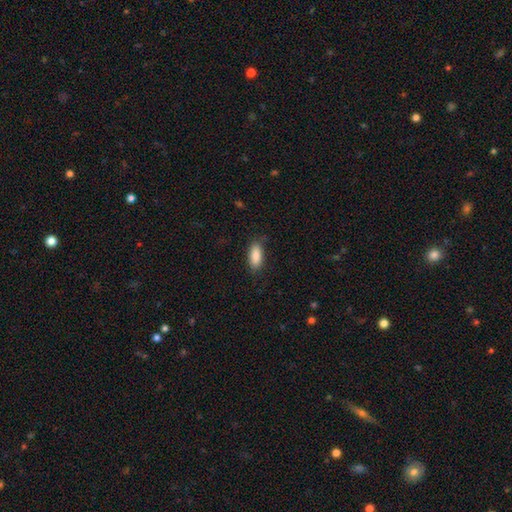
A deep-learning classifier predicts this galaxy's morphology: A smooth galaxy with no disk features (88%) that is in between round and cigar-shaped (83%). Merging: none (82%).